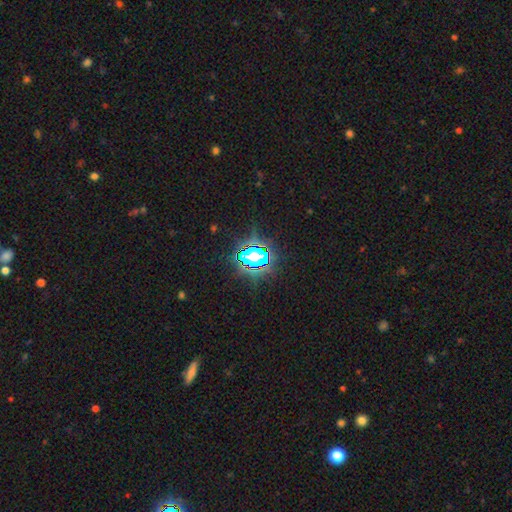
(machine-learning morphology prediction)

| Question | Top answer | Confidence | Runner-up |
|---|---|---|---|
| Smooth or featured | star or artifact | 70% | smooth (18%) |